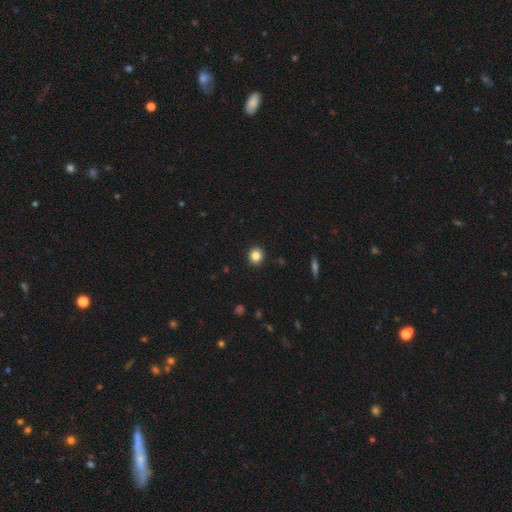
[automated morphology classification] This is clearly a smooth galaxy (84%). How rounded: clearly round (92%). Merging: clearly none (92%).